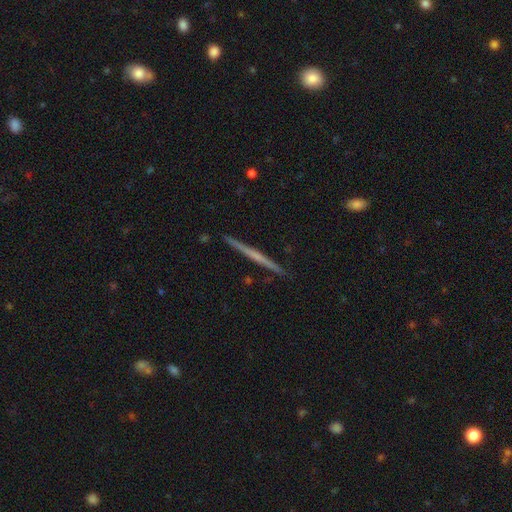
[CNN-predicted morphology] A featured or disk galaxy (65%) viewed edge-on (98%) with no central bulge (73%). Merging: none (92%).